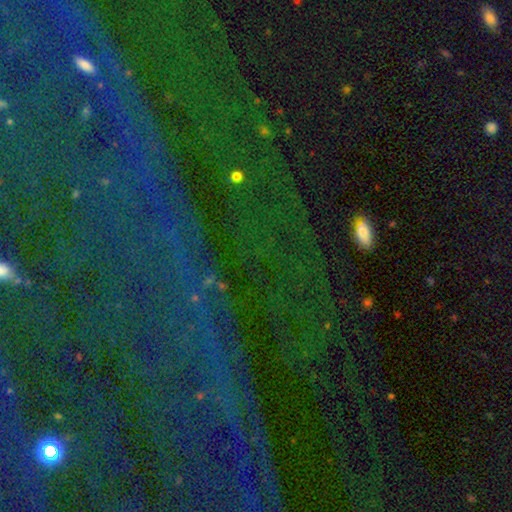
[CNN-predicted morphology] The model was most divided on "smooth or featured": star or artifact: 70%, smooth: 15%, featured or disk: 15%.